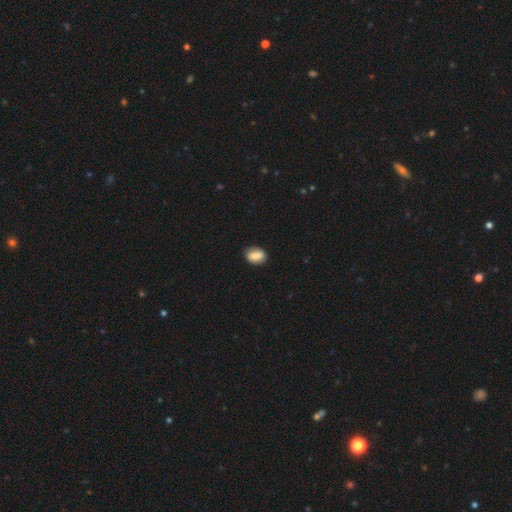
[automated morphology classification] Q: Smooth or featured?
A: smooth (81%); runner-up: featured or disk (12%)
Q: How rounded?
A: in between (79%); runner-up: round (18%)
Q: Merging?
A: none (83%); runner-up: minor disturbance (13%)